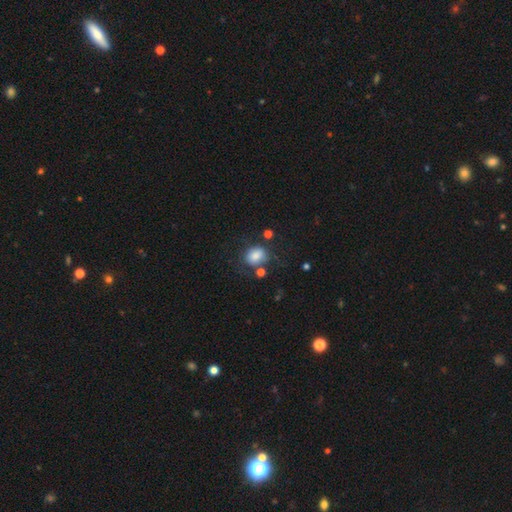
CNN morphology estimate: A smooth galaxy with no disk features (81%) that is in between round and cigar-shaped (52%).

Vote fractions:
- Smooth or featured? smooth: 81% / star or artifact: 10% / featured or disk: 9%
- How rounded? in between: 52% / round: 47% / cigar-shaped: 1%
- Merging? none: 62% / minor disturbance: 19% / major disturbance: 9% / merger: 9%